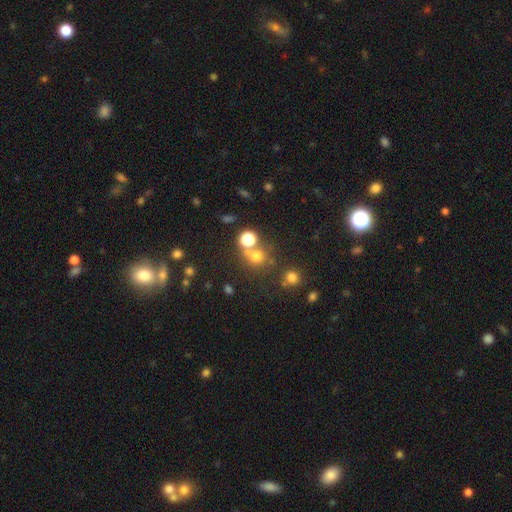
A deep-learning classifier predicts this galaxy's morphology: smooth-or-featured: smooth: 65% | star or artifact: 25% | featured or disk: 10%
  how-rounded: round: 87% | in between: 12% | cigar-shaped: 1%
  merging: none: 62% | merger: 24% | minor disturbance: 9% | major disturbance: 5%